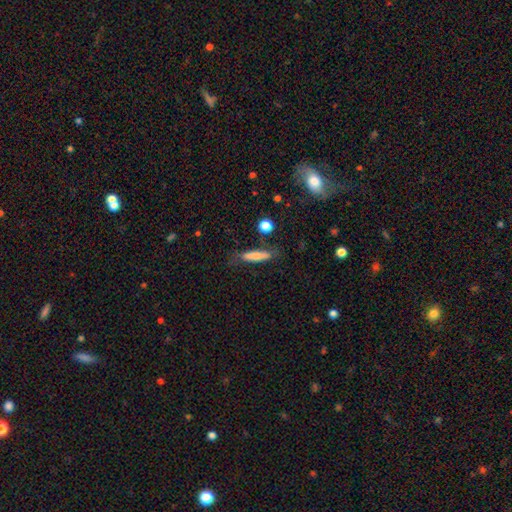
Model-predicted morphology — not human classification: A smooth galaxy with no disk features (72%) that is cigar-shaped (81%). Merging: none (70%).